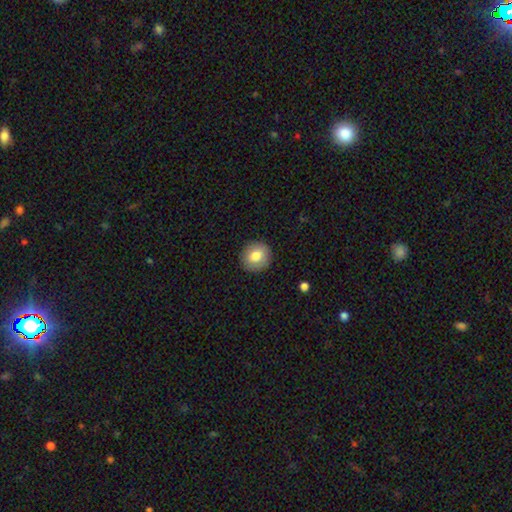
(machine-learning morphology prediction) A smooth galaxy with no disk features (81%) that is round (89%). Merging: none (90%).